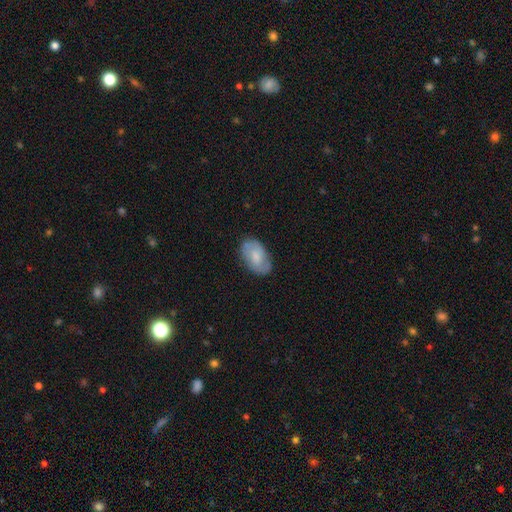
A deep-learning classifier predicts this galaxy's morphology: smooth_or_featured: smooth (p=0.61) [alt: featured or disk p=0.32]
how_rounded: in between (p=0.93) [alt: round p=0.06]
merging: none (p=0.77) [alt: minor disturbance p=0.17]